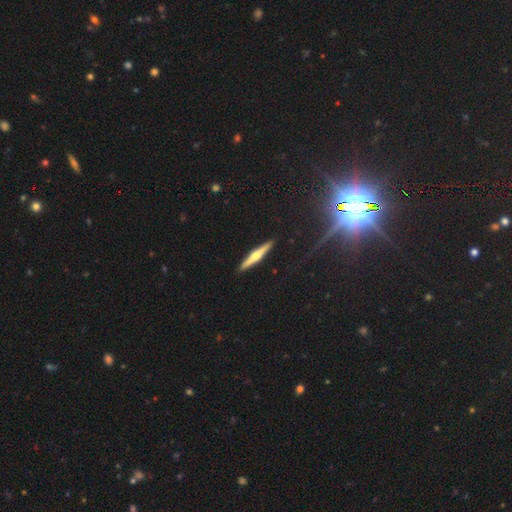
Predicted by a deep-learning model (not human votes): Smooth or featured: featured or disk — 67% (smooth — 27%)
Edge-on disk: yes — 98% (no — 2%)
Edge-on bulge: rounded — 89% (none — 6%)
Merging: none — 91% (minor disturbance — 6%)